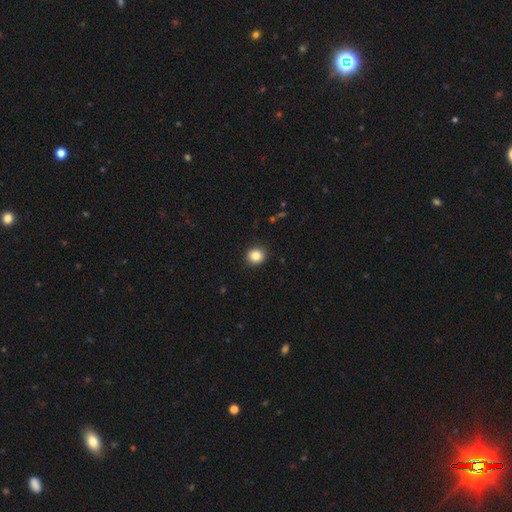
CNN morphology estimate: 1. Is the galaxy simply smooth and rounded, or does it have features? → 85% smooth, 10% star or artifact, 5% featured or disk.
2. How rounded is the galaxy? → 86% round, 13% in between, 1% cigar-shaped.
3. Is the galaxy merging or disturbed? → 91% none, 6% minor disturbance, 2% major disturbance, 1% merger.